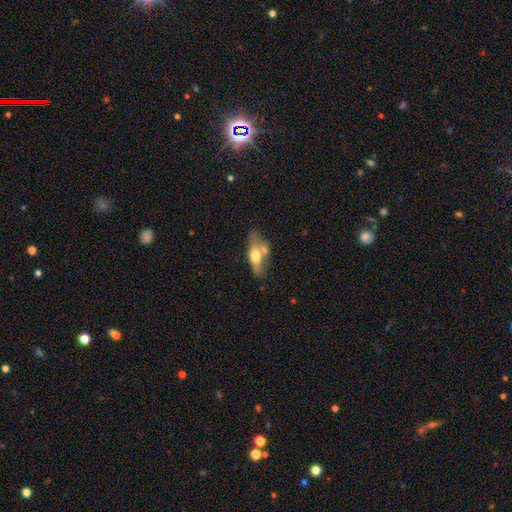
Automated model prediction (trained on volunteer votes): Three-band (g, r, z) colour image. It shows a smooth galaxy with no disk features (49%). Merging: none (48%).